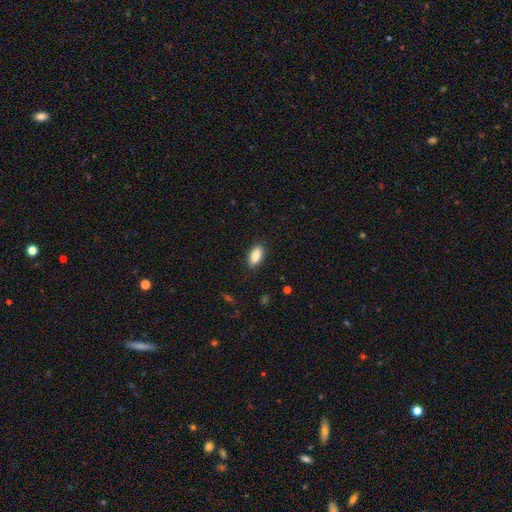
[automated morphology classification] Smooth or featured? smooth (88%)
How rounded? in between (90%)
Merging? none (88%)